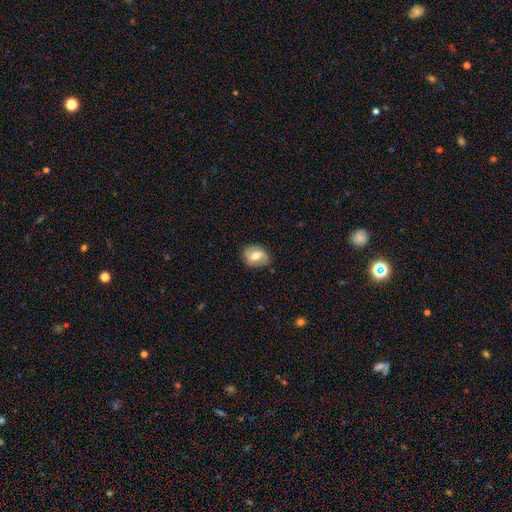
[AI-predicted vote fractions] The model was most divided on "smooth or featured" (2-way tie): smooth: 46%, featured or disk: 46%, star or artifact: 8%. More confident: merging — none (77%).